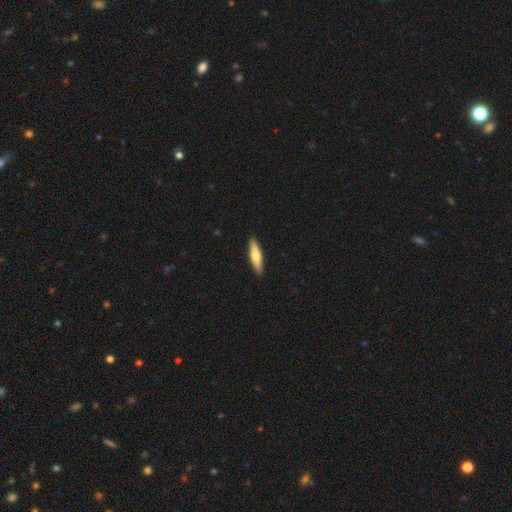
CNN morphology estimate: The model was most divided on "smooth or featured": smooth: 67%, featured or disk: 28%, star or artifact: 5%. More confident: merging — none (91%); how rounded — cigar-shaped (75%).